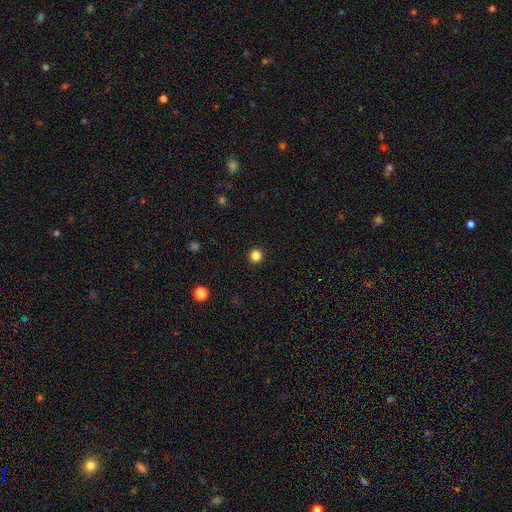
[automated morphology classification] Smooth or featured: smooth — 84% (star or artifact — 13%)
How rounded: round — 96% (in between — 3%)
Merging: none — 93% (minor disturbance — 4%)